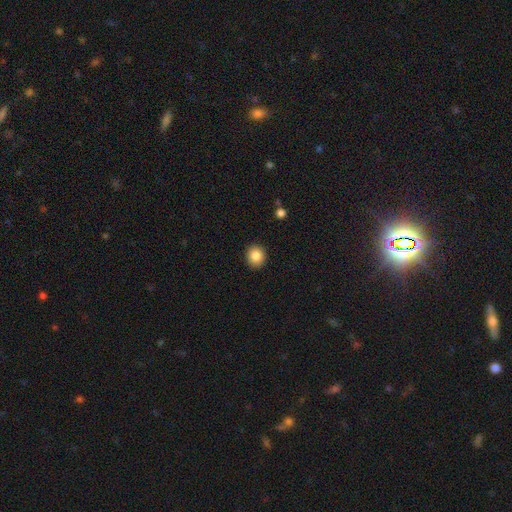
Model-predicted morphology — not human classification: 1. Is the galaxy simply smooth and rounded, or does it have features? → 85% smooth, 9% star or artifact, 6% featured or disk.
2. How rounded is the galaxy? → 83% round, 17% in between, 1% cigar-shaped.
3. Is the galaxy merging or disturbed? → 91% none, 6% minor disturbance, 2% major disturbance, 1% merger.